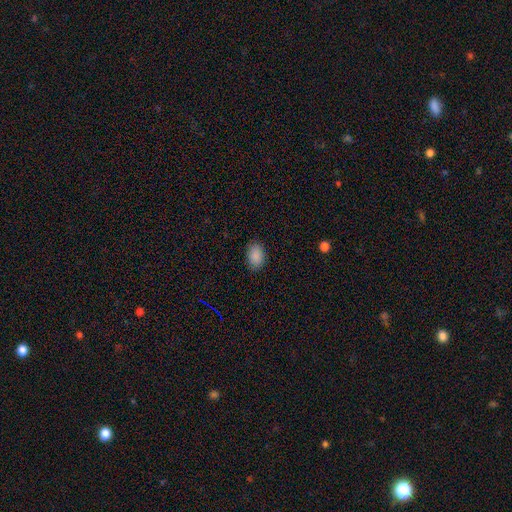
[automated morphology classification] Smooth or featured: smooth — 89% (star or artifact — 8%)
How rounded: in between — 85% (round — 13%)
Merging: none — 86% (minor disturbance — 11%)